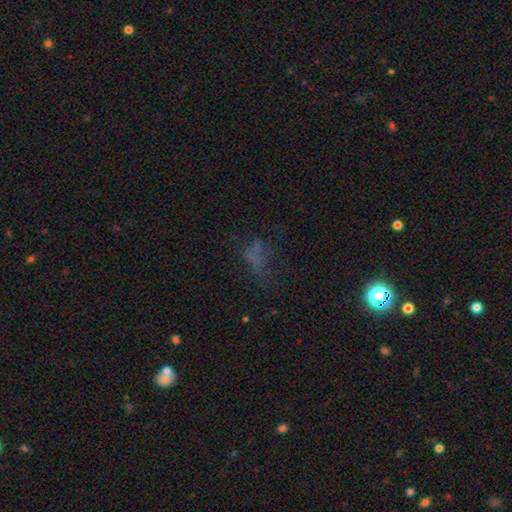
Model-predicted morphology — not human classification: smooth-or-featured: smooth: 39% | star or artifact: 34% | featured or disk: 27%
  merging: none: 46% | major disturbance: 29% | minor disturbance: 18% | merger: 6%